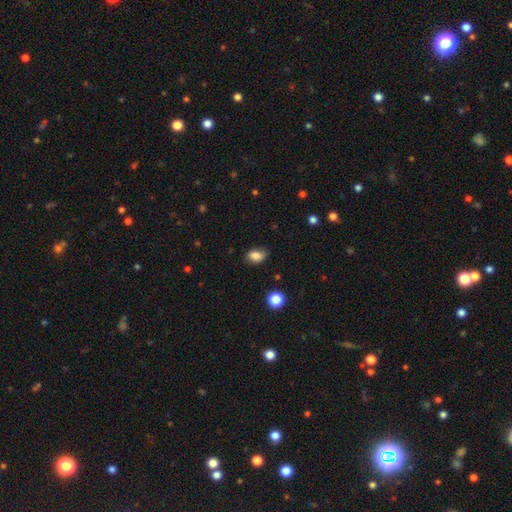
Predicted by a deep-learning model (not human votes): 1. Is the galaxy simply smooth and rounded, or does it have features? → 84% smooth, 9% star or artifact, 7% featured or disk.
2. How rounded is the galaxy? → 81% in between, 17% round, 2% cigar-shaped.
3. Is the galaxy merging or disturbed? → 78% none, 17% minor disturbance, 3% major disturbance, 1% merger.